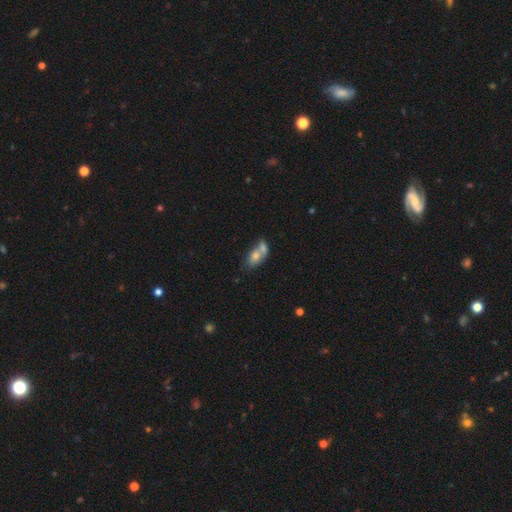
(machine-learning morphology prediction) Q: Smooth or featured?
A: smooth (71%); runner-up: featured or disk (21%)
Q: How rounded?
A: in between (83%); runner-up: round (12%)
Q: Merging?
A: merger (62%); runner-up: none (24%)